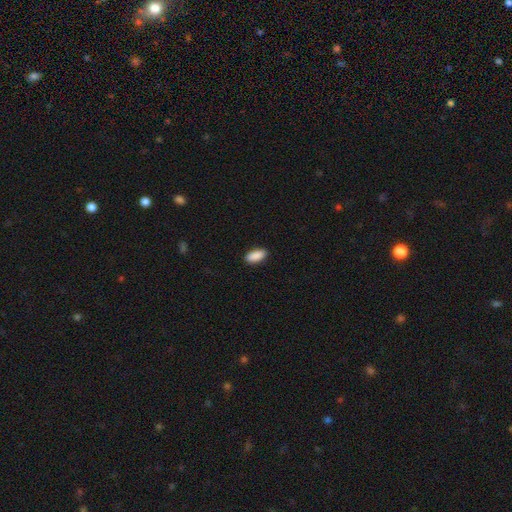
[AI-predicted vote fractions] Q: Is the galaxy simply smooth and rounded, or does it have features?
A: smooth — 91%.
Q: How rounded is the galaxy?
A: in between — 90%.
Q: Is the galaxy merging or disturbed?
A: none — 91%.